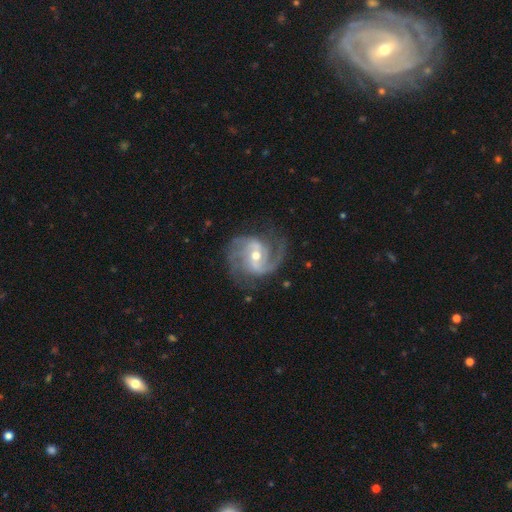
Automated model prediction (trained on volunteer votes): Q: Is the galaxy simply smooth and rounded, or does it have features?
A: featured or disk — 91%.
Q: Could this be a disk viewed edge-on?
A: no — 98%.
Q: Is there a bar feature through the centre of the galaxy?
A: weak — 47%.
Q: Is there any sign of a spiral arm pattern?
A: yes — 98%.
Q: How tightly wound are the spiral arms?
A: medium — 54%.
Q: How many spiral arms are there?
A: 2 — 70%.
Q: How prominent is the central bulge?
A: moderate — 57%.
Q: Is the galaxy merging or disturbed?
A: none — 73%.